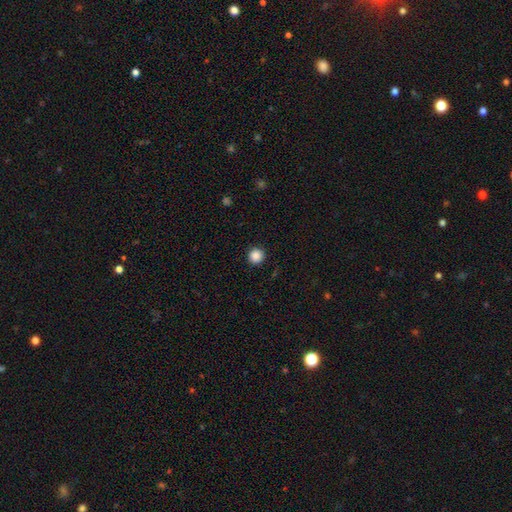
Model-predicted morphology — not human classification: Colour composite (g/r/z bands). It shows a smooth galaxy with no disk features (87%) that is round (95%). Merging: none (92%).